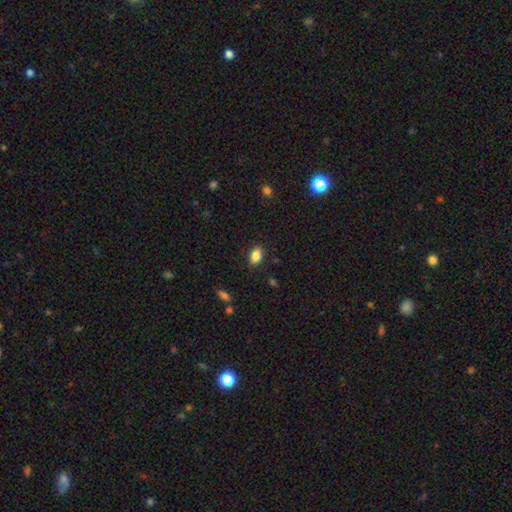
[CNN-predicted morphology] smooth_or_featured: smooth (p=0.85) [alt: star or artifact p=0.09]
how_rounded: in between (p=0.88) [alt: round p=0.09]
merging: none (p=0.86) [alt: minor disturbance p=0.10]